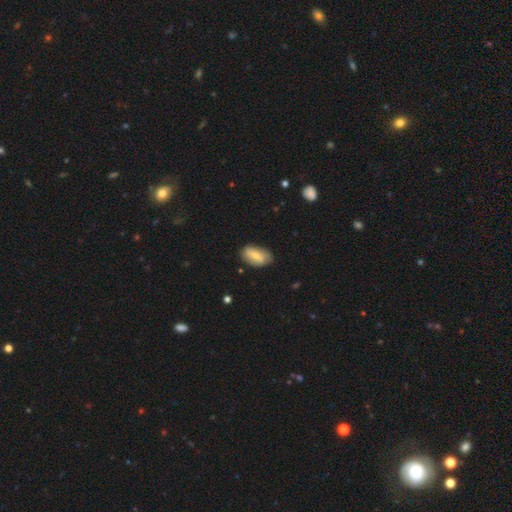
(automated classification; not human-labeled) smooth 65%, featured or disk 29%, star or artifact 7%. Down the decision tree: how rounded — in between (92%); merging — none (75%).